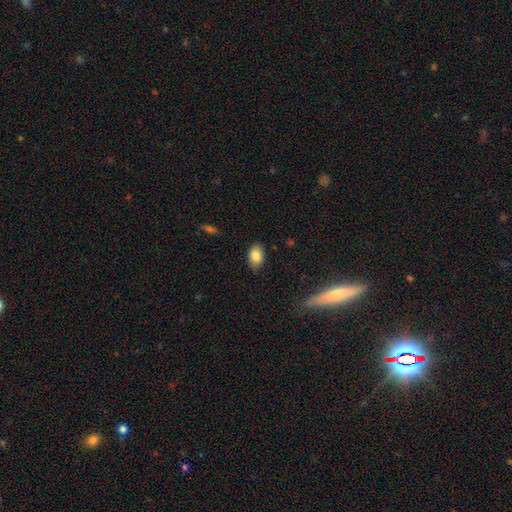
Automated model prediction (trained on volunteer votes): This is clearly a smooth galaxy (84%). How rounded: clearly in between (88%). Merging: clearly none (85%).